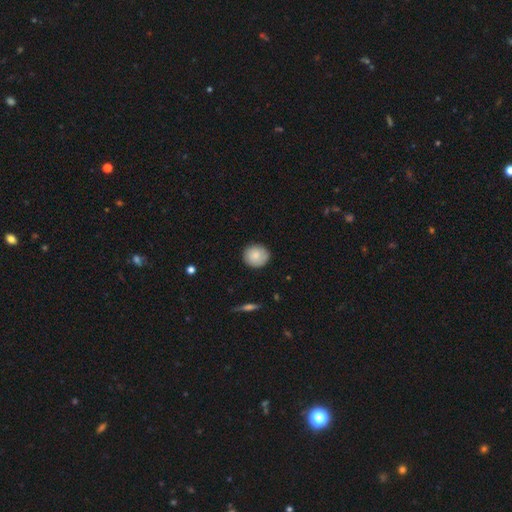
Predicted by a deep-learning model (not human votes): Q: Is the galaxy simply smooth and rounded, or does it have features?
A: smooth — 82%.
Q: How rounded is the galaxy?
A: round — 89%.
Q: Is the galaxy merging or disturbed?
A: none — 86%.